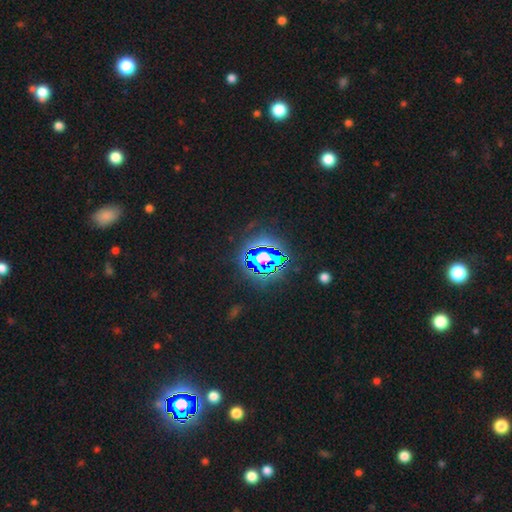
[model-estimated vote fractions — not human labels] star or artifact 77%, smooth 12%, featured or disk 10%.